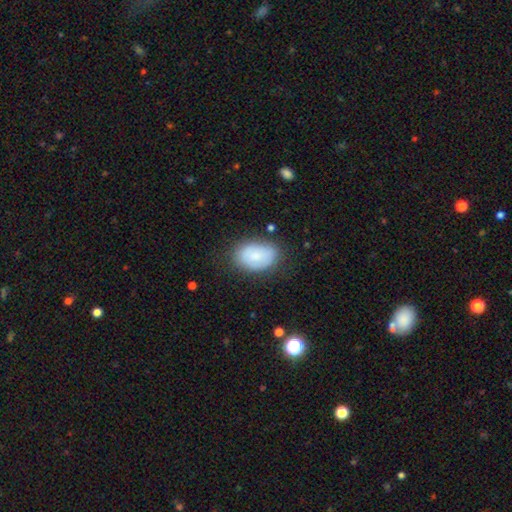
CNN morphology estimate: Smooth or featured: smooth — 74% (featured or disk — 19%)
How rounded: in between — 85% (round — 14%)
Merging: none — 75% (minor disturbance — 18%)